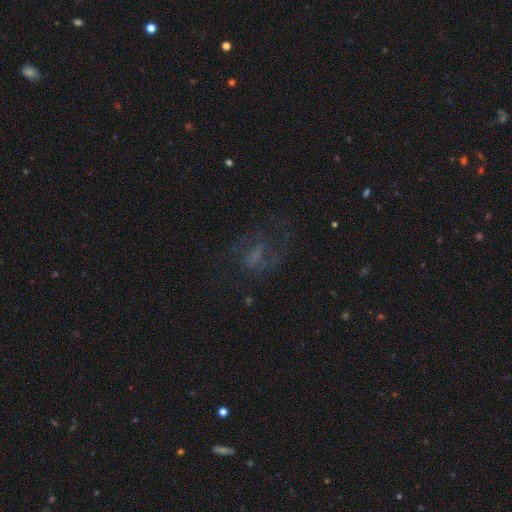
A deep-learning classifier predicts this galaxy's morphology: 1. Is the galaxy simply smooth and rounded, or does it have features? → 50% featured or disk, 27% smooth, 23% star or artifact.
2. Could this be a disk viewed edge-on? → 94% no, 6% yes.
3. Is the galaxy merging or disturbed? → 48% none, 32% major disturbance, 17% minor disturbance, 2% merger.